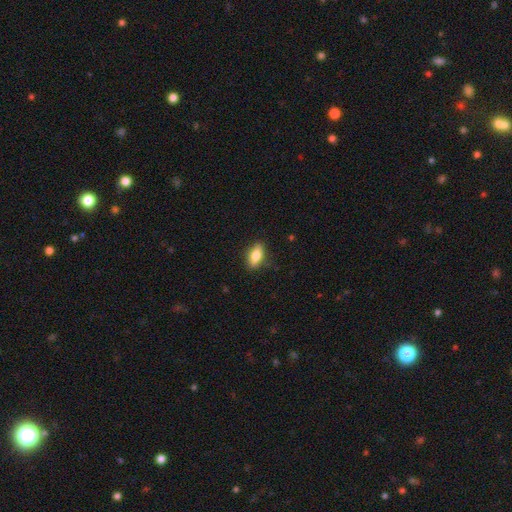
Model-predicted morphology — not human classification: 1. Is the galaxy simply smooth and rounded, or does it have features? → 76% smooth, 16% featured or disk, 7% star or artifact.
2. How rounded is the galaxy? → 79% in between, 17% cigar-shaped, 4% round.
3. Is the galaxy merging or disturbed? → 83% none, 13% minor disturbance, 3% major disturbance, 1% merger.